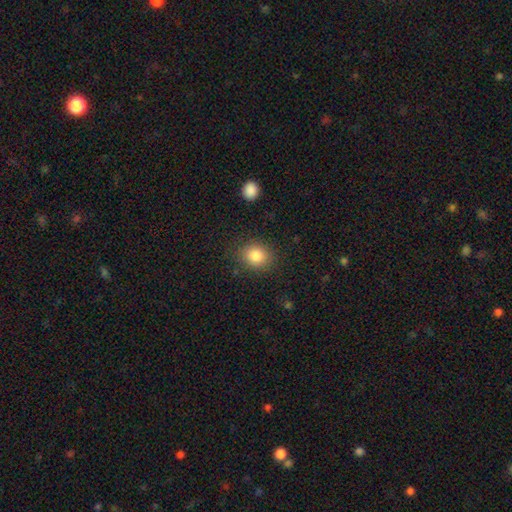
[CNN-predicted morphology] smooth_or_featured: smooth (p=0.84) [alt: star or artifact p=0.10]
how_rounded: round (p=0.67) [alt: in between p=0.32]
merging: none (p=0.85) [alt: minor disturbance p=0.10]